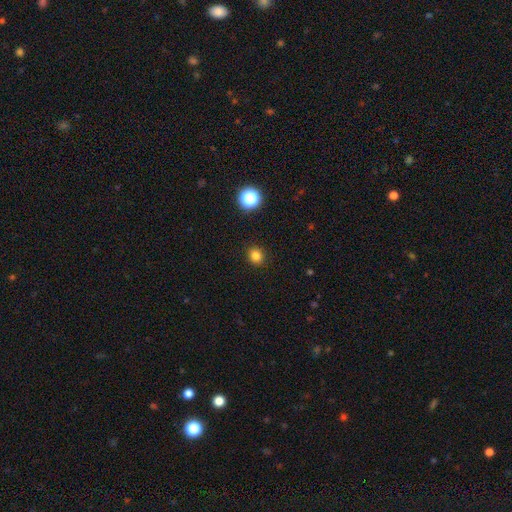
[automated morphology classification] Smooth or featured?
  - smooth: 81% *
  - star or artifact: 14%
  - featured or disk: 5%
How rounded?
  - round: 87% *
  - in between: 12%
  - cigar-shaped: 1%
Merging?
  - none: 92% *
  - minor disturbance: 5%
  - major disturbance: 2%
  - merger: 1%